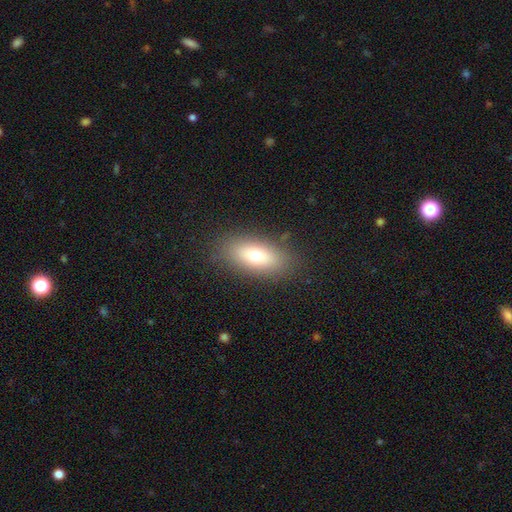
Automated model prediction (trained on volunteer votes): Smooth or featured: smooth — 71% (featured or disk — 19%)
How rounded: in between — 84% (cigar-shaped — 10%)
Merging: none — 85% (minor disturbance — 10%)